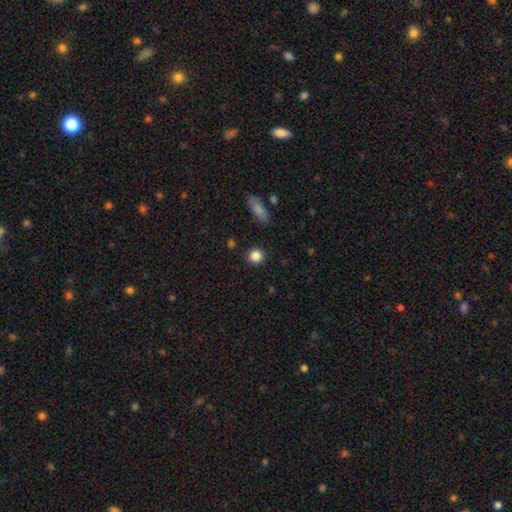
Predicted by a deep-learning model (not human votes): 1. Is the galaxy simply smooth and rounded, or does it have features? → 85% smooth, 10% star or artifact, 5% featured or disk.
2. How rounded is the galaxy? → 86% round, 12% in between, 1% cigar-shaped.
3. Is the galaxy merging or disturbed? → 90% none, 6% minor disturbance, 2% major disturbance, 2% merger.